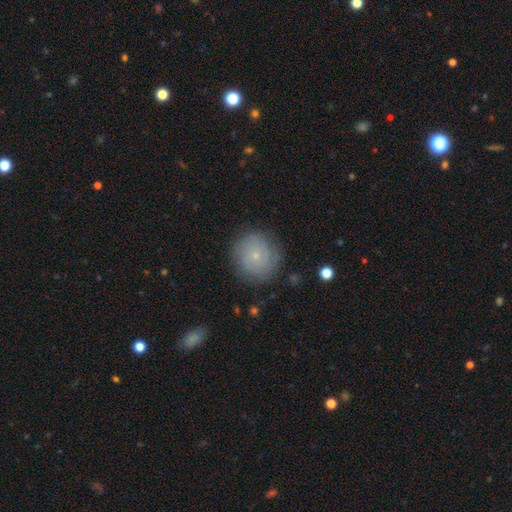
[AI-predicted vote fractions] Smooth or featured?
  - smooth: 57% *
  - featured or disk: 34%
  - star or artifact: 9%
How rounded?
  - round: 90% *
  - in between: 9%
  - cigar-shaped: 1%
Merging?
  - none: 81% *
  - minor disturbance: 14%
  - major disturbance: 5%
  - merger: 1%